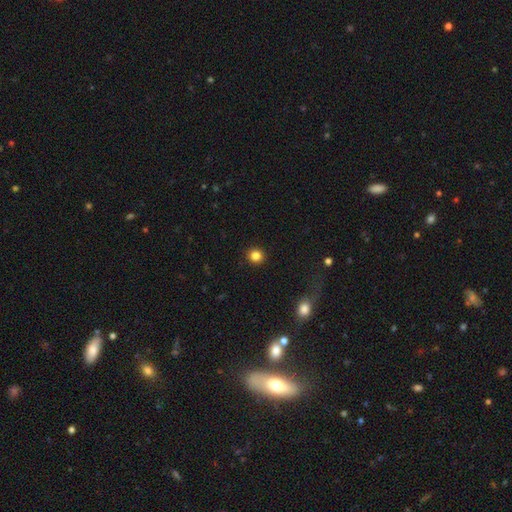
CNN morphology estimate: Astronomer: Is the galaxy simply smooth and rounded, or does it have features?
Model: smooth — 84%.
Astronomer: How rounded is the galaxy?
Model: round — 92%.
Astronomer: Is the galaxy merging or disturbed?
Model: none — 93%.